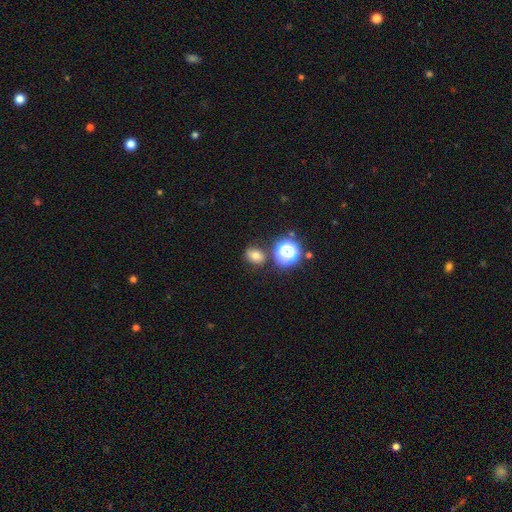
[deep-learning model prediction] smooth 69%, star or artifact 20%, featured or disk 11%. Down the decision tree: how rounded — round (49%, tied with in between); merging — none (76%).